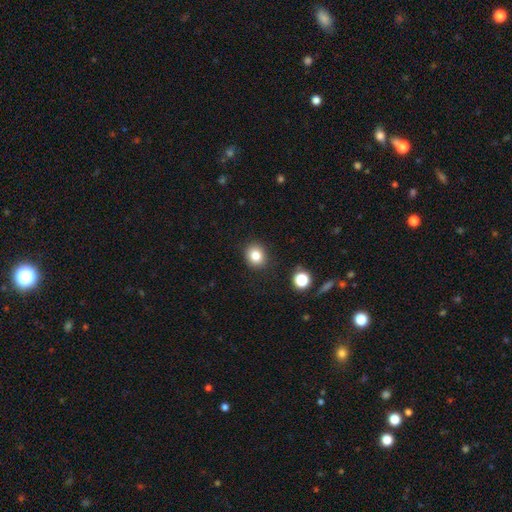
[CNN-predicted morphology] A smooth galaxy with no disk features (82%) that is round (75%). Merging: none (89%).